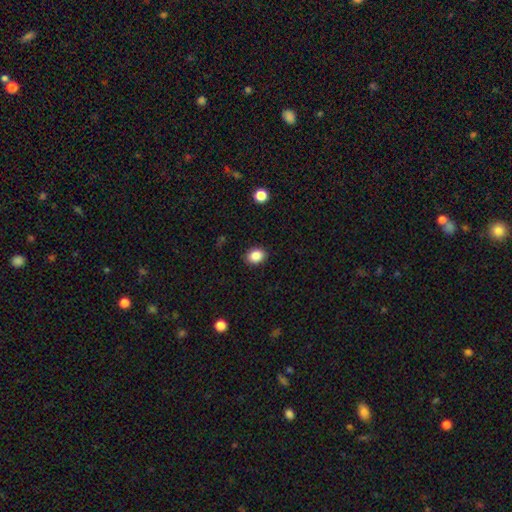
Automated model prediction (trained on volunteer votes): Overall: smooth (87%). How rounded: in between (56%; round 43%). Merging: none (89%).